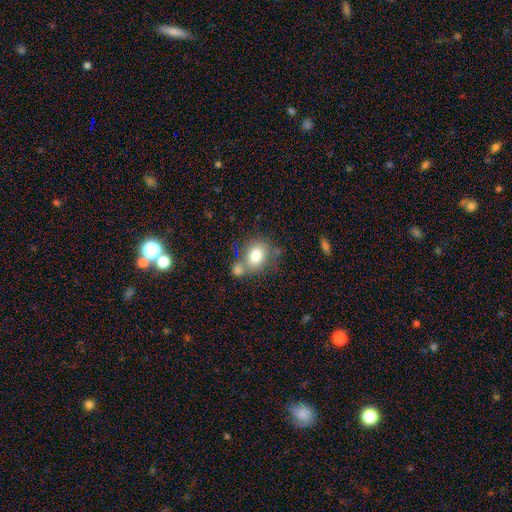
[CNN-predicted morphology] A smooth galaxy with no disk features (78%) that is in between round and cigar-shaped (56%).

Vote fractions:
- Smooth or featured? smooth: 78% / featured or disk: 13% / star or artifact: 9%
- How rounded? in between: 56% / round: 42% / cigar-shaped: 1%
- Merging? none: 51% / merger: 29% / minor disturbance: 15% / major disturbance: 6%